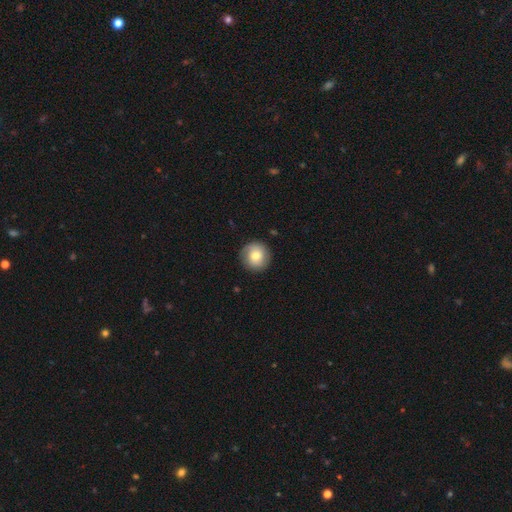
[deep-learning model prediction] This appears to be a smooth galaxy with no disk features (73%) that is round (93%). Merging: none (88%).